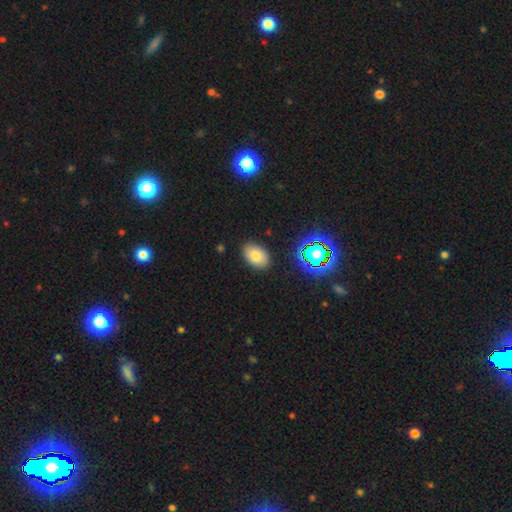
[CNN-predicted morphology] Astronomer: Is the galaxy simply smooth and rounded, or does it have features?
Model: smooth — 77%.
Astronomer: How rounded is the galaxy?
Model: in between — 86%.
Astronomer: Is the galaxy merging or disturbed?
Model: none — 87%.